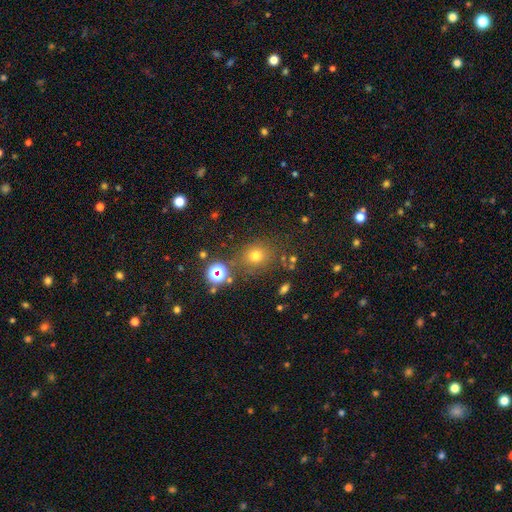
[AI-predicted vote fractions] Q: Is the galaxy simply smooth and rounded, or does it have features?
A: smooth — 69%.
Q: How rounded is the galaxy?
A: round — 83%.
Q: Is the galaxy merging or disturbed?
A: none — 79%.